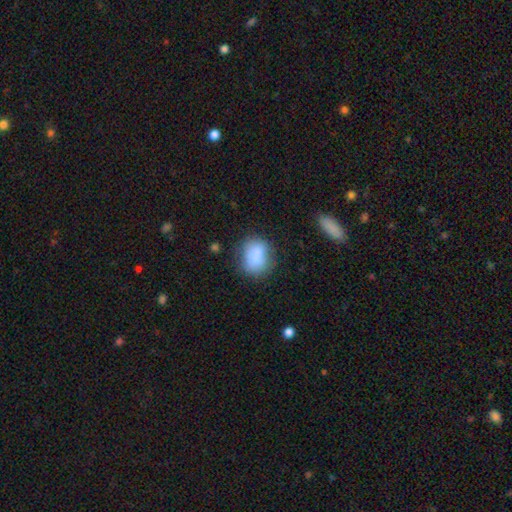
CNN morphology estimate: A smooth galaxy with no disk features (81%) that is round (49%, tied with in between). Merging: none (63%).